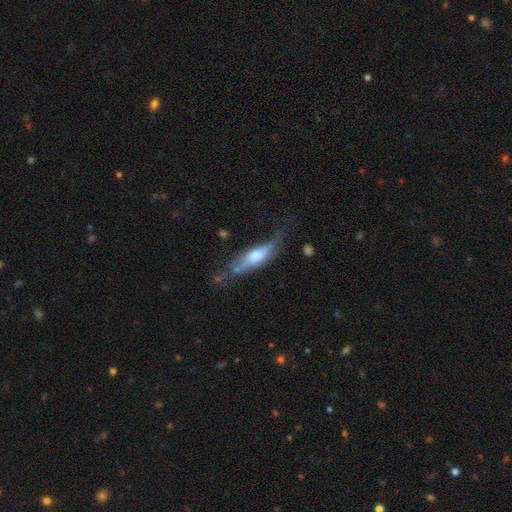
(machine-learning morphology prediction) type=featured or disk (59%); edge-on=yes (66%); merging=none (43%).